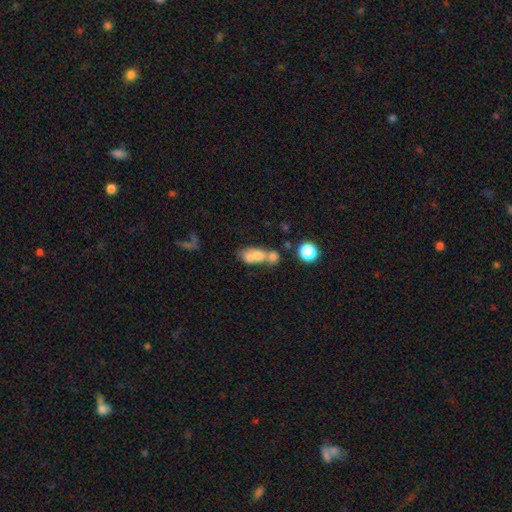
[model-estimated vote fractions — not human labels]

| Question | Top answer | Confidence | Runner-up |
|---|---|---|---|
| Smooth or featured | smooth | 61% | featured or disk (28%) |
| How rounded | in between | 61% | round (33%) |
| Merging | merger | 66% | none (19%) |